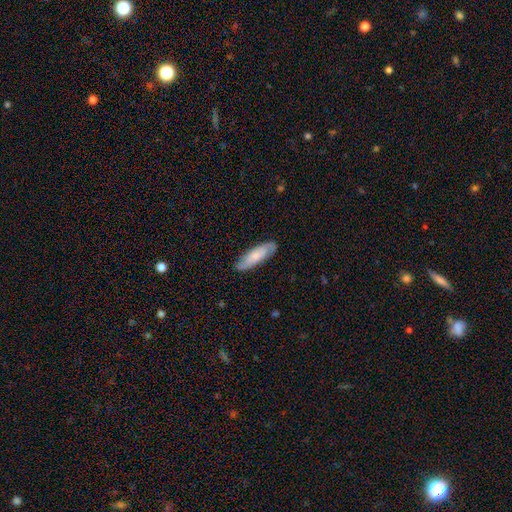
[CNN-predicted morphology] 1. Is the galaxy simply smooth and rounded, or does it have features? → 55% smooth, 40% featured or disk, 6% star or artifact.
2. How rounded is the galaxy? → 50% cigar-shaped, 48% in between, 2% round.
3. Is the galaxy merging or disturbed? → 85% none, 12% minor disturbance, 2% major disturbance, 1% merger.